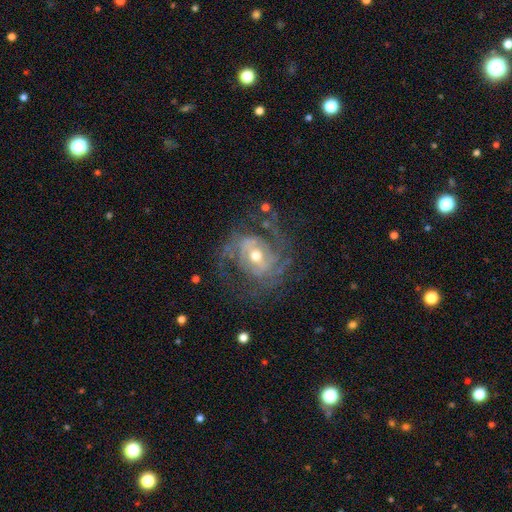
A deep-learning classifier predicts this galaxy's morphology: smooth-or-featured: featured or disk: 87% | smooth: 7% | star or artifact: 6%
  disk-edge-on: no: 97% | yes: 3%
    bar: weak: 42% | no: 34% | strong: 23%
    has-spiral-arms: yes: 92% | no: 8%
      spiral-winding: medium: 44% | tight: 39% | loose: 18%
      spiral-arm-count: 2: 49% | can't tell: 21% | 3: 15% | 4: 5% | 1: 5% | more than 4: 4%
    bulge-size: moderate: 65% | small: 29% | large: 4% | none: 1% | dominant: 1%
  merging: none: 63% | major disturbance: 18% | minor disturbance: 17% | merger: 2%